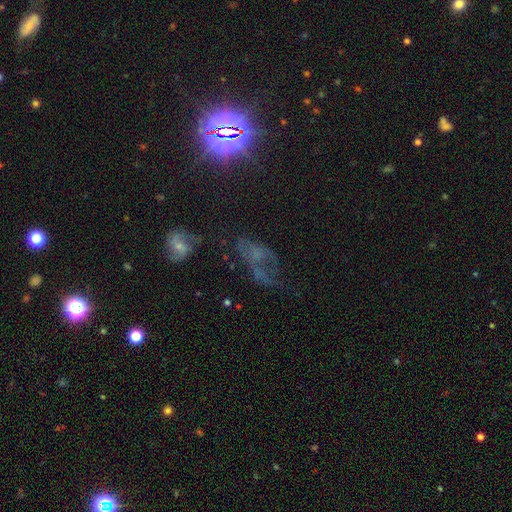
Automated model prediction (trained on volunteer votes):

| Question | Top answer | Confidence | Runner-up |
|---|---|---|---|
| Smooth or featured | star or artifact | 39% | featured or disk (38%) |